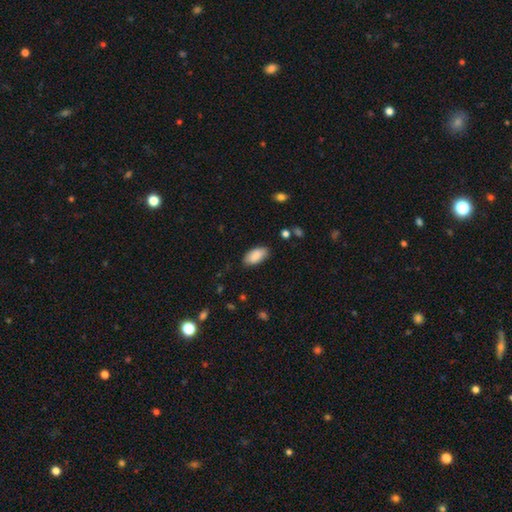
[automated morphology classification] The model was most divided on "merging": none: 81%, minor disturbance: 14%, major disturbance: 3%, merger: 1%. More confident: how rounded — in between (93%); smooth or featured — smooth (87%).